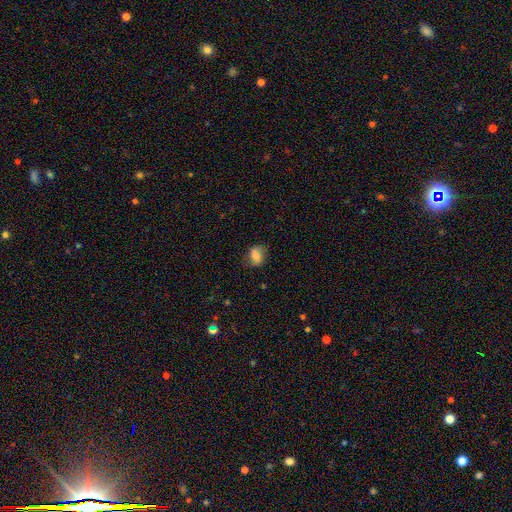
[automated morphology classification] The model was most divided on "how rounded": in between: 59%, round: 39%, cigar-shaped: 2%. More confident: merging — none (71%); smooth or featured — smooth (67%).